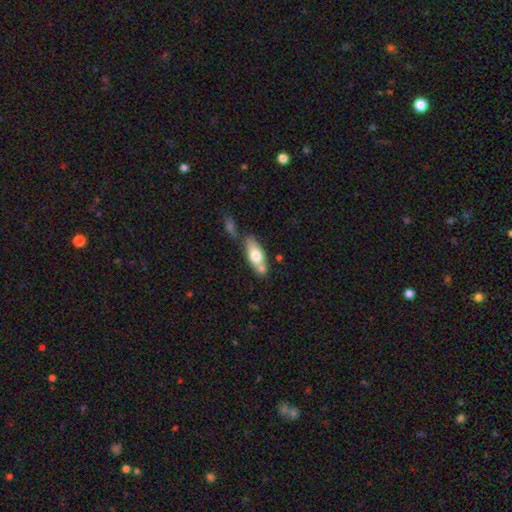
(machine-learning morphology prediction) This is likely a smooth galaxy (63%). How rounded: likely in between (69%). Merging: possibly none (52%).